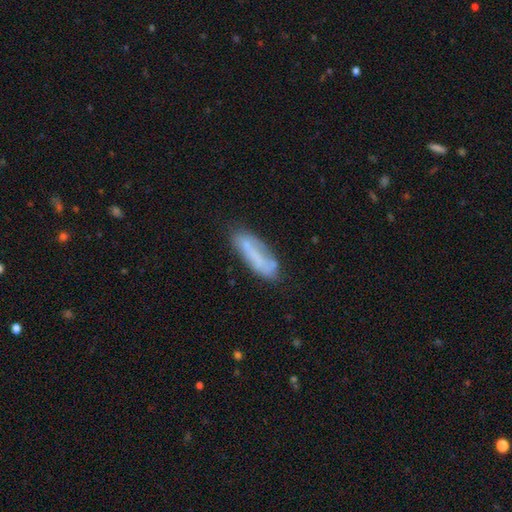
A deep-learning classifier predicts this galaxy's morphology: Q: Smooth or featured?
A: smooth (55%); runner-up: featured or disk (36%)
Q: How rounded?
A: cigar-shaped (58%); runner-up: in between (40%)
Q: Merging?
A: none (66%); runner-up: minor disturbance (22%)